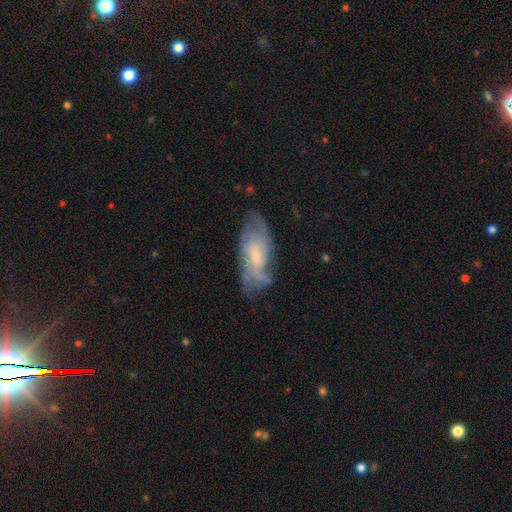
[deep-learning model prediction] A featured or disk galaxy (71%) with no bar (64%), medium (41%) spiral arms (87%) and a small central bulge (62%). Merging: none (60%).